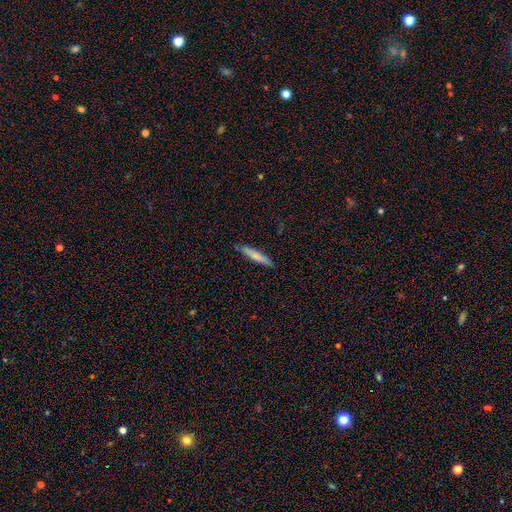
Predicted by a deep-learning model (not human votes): Smooth or featured? Predicted: smooth (p=0.72). How rounded? Predicted: cigar-shaped (p=0.91). Merging? Predicted: none (p=0.87).